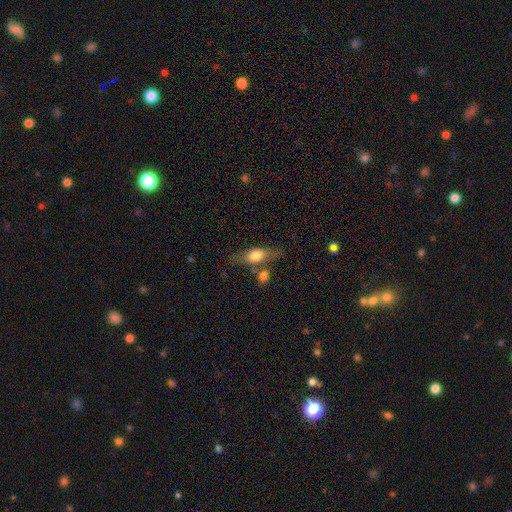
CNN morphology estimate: Smooth or featured?
  - smooth: 63% *
  - featured or disk: 30%
  - star or artifact: 7%
How rounded?
  - in between: 63% *
  - cigar-shaped: 26%
  - round: 11%
Merging?
  - none: 58% *
  - merger: 19%
  - minor disturbance: 16%
  - major disturbance: 6%